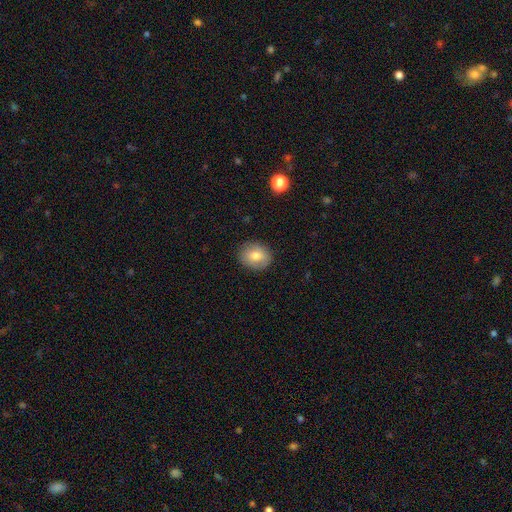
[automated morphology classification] Smooth or featured: smooth — 77% (featured or disk — 14%)
How rounded: round — 66% (in between — 33%)
Merging: none — 87% (minor disturbance — 10%)